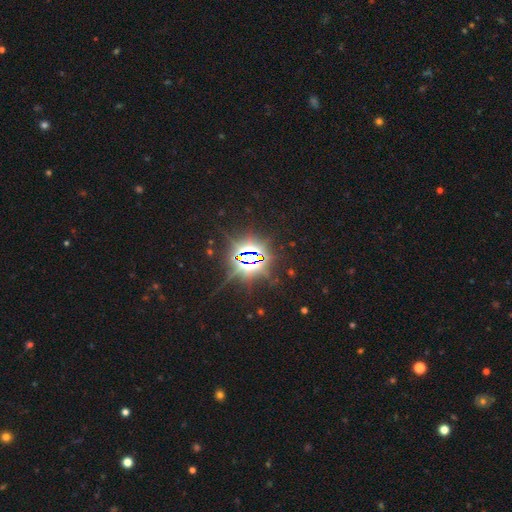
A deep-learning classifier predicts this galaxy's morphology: Smooth or featured? star or artifact (85%)